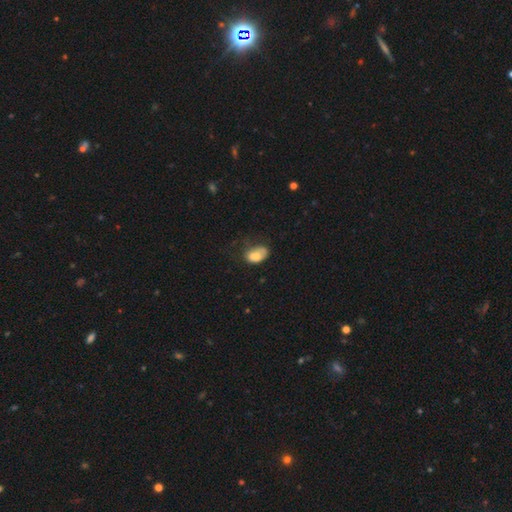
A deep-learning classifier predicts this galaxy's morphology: Smooth or featured? Predicted: smooth (p=0.69). How rounded? Predicted: in between (p=0.86). Merging? Predicted: none (p=0.34).